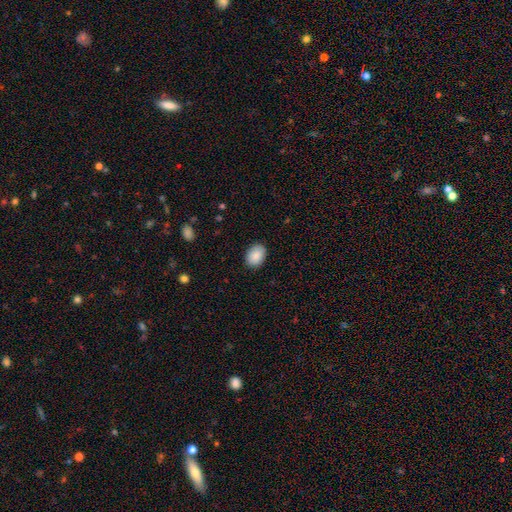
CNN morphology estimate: smooth 88%, star or artifact 7%, featured or disk 5%. Down the decision tree: how rounded — in between (74%); merging — none (88%).